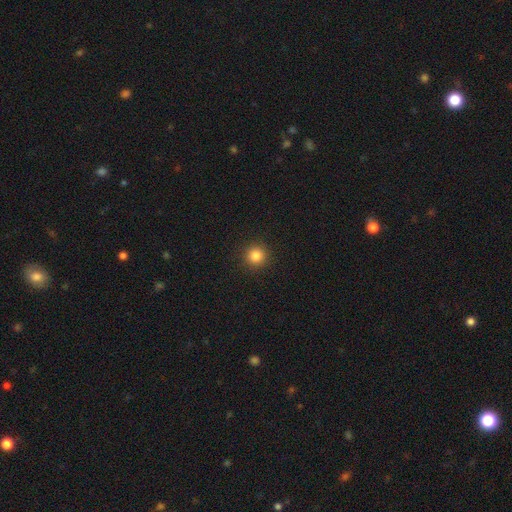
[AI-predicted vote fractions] A smooth galaxy with no disk features (83%) that is round (95%).

Vote fractions:
- Smooth or featured? smooth: 83% / star or artifact: 12% / featured or disk: 5%
- How rounded? round: 95% / in between: 4% / cigar-shaped: 1%
- Merging? none: 93% / minor disturbance: 5% / major disturbance: 2% / merger: 1%